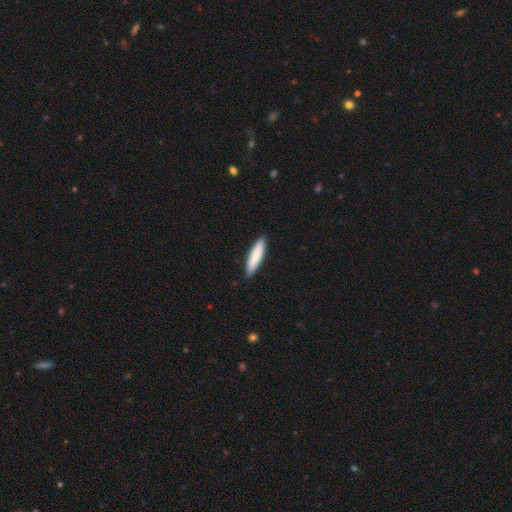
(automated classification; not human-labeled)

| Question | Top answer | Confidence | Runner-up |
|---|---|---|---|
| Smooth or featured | smooth | 84% | featured or disk (11%) |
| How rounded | cigar-shaped | 80% | in between (18%) |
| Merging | none | 88% | minor disturbance (9%) |